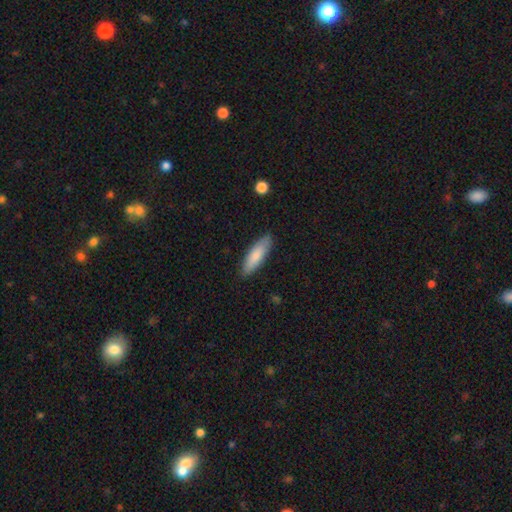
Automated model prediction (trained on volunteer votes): Q: Smooth or featured?
A: smooth (80%); runner-up: featured or disk (15%)
Q: How rounded?
A: cigar-shaped (58%); runner-up: in between (40%)
Q: Merging?
A: none (87%); runner-up: minor disturbance (10%)